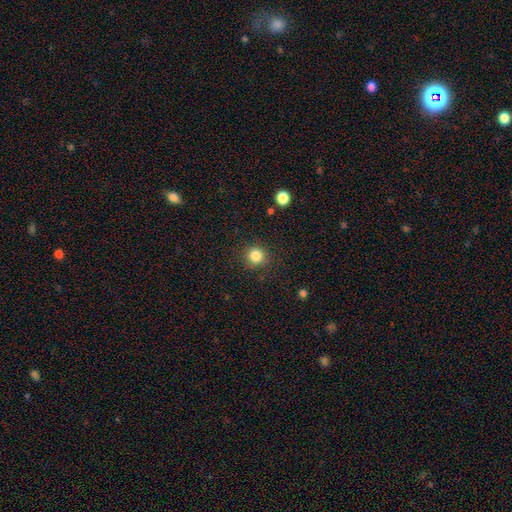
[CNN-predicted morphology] A smooth galaxy with no disk features (84%) that is round (92%). Merging: none (88%).